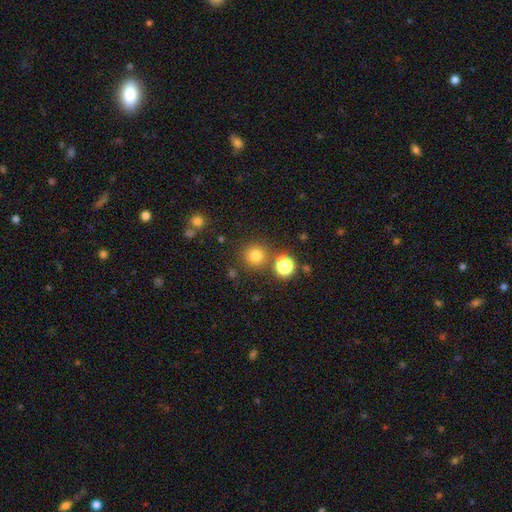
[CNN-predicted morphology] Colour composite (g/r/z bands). It shows a smooth galaxy with no disk features (79%) that is round (94%). Merging: none (81%).